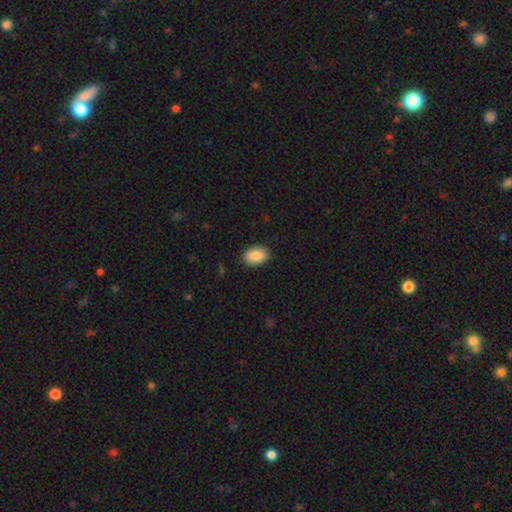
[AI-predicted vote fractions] This is clearly a smooth galaxy (88%). How rounded: clearly in between (87%). Merging: clearly none (89%).